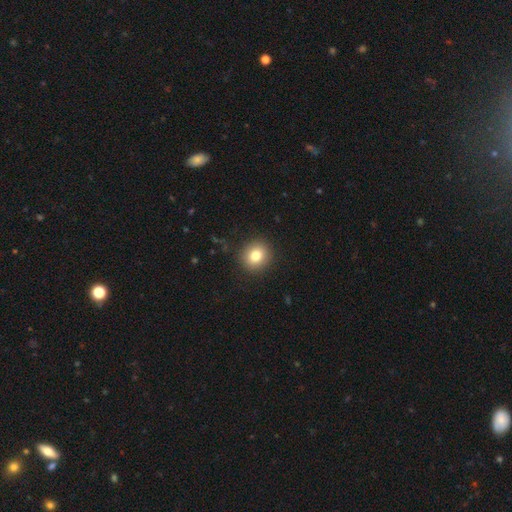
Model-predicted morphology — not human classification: smooth 82%, star or artifact 10%, featured or disk 8%. Down the decision tree: how rounded — round (87%); merging — none (91%).